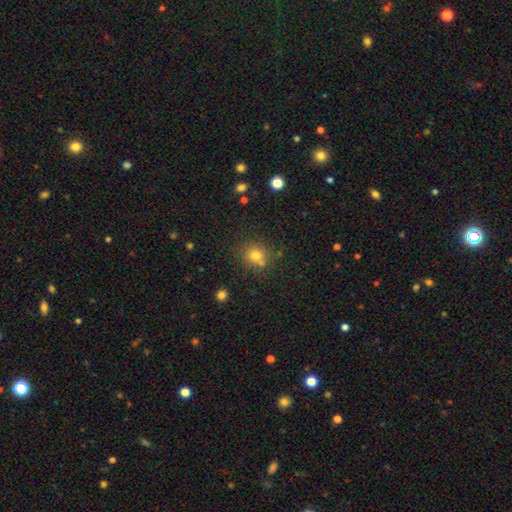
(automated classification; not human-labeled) smooth 75%, star or artifact 16%, featured or disk 9%. Down the decision tree: how rounded — round (81%); merging — none (68%).